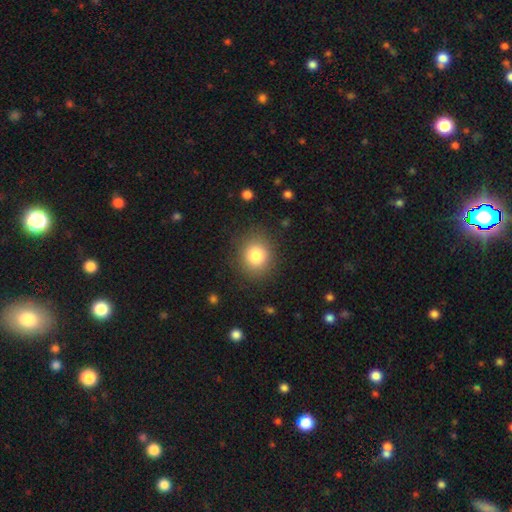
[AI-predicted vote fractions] Smooth or featured? Predicted: smooth (p=0.82). How rounded? Predicted: round (p=0.74). Merging? Predicted: none (p=0.86).